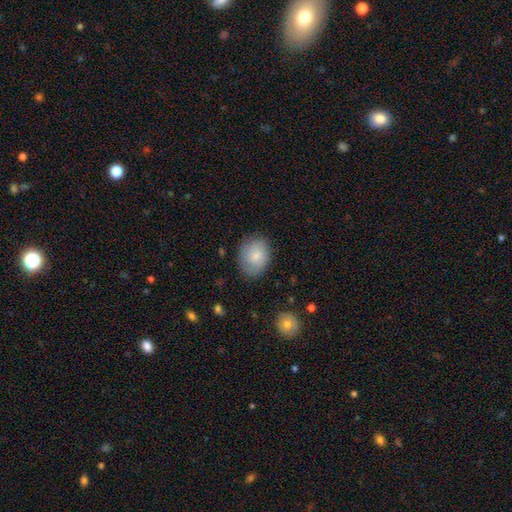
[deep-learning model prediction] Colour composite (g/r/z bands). It shows a smooth galaxy with no disk features (78%) that is in between round and cigar-shaped (54%). Merging: none (79%).